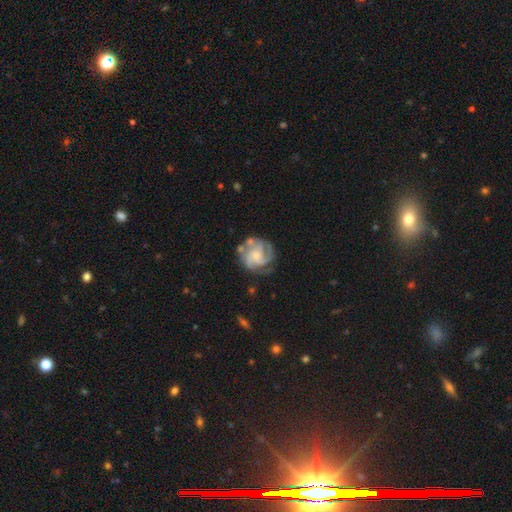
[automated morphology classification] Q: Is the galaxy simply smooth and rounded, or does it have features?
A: featured or disk — 86%.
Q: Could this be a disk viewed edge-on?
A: no — 98%.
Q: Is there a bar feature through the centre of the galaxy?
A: no — 67%.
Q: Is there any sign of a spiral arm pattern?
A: yes — 97%.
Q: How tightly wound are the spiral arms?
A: tight — 51%.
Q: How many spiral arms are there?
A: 3 — 48%.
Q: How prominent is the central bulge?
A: small — 52%.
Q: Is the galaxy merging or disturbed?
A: none — 68%.